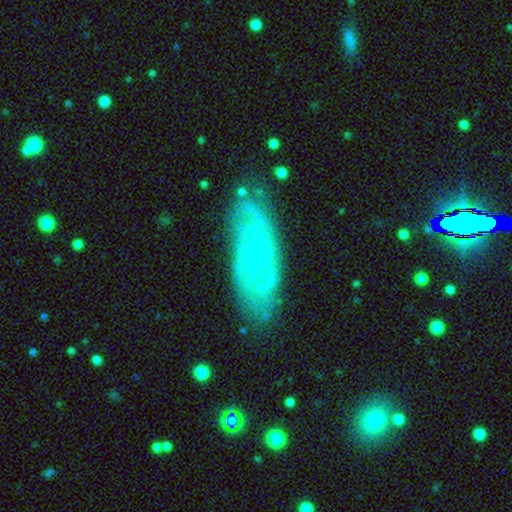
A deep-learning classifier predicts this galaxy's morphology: Smooth or featured? Predicted: featured or disk (p=0.78). Edge-on disk? Predicted: no (p=0.88). Bar? Predicted: no (p=0.72). Spiral arms? Predicted: yes (p=0.92). Spiral winding? Predicted: tight (p=0.70). Spiral arm count? Predicted: can't tell (p=0.47). Bulge size? Predicted: small (p=0.83). Merging? Predicted: none (p=0.78).